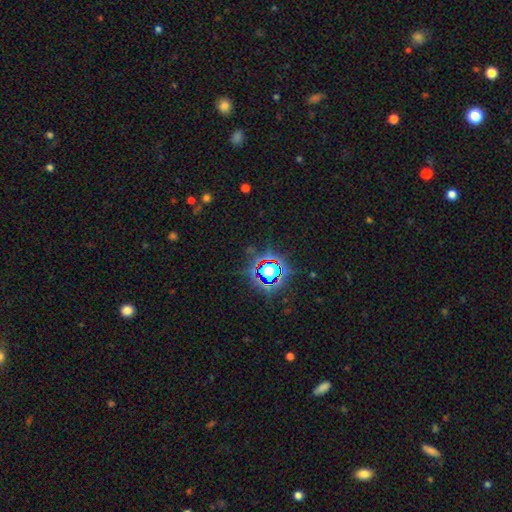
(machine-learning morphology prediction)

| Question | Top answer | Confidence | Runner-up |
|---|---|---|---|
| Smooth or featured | star or artifact | 80% | smooth (12%) |